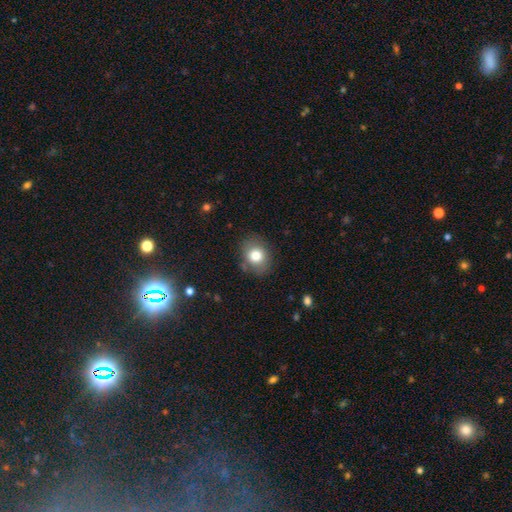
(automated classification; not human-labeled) Smooth or featured: smooth — 79% (featured or disk — 11%)
How rounded: round — 56% (in between — 43%)
Merging: none — 81% (minor disturbance — 13%)